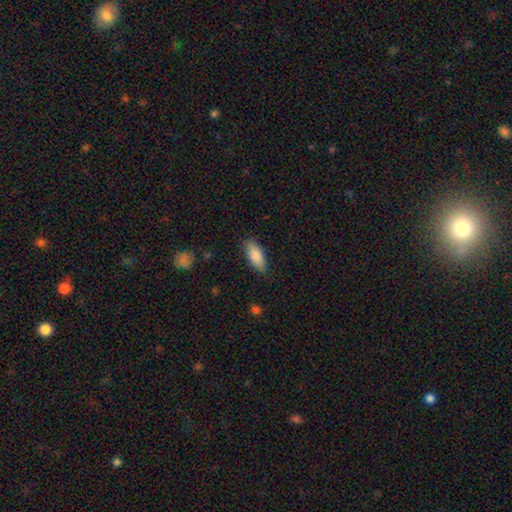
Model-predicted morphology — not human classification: Smooth or featured?
  - smooth: 84% *
  - featured or disk: 10%
  - star or artifact: 6%
How rounded?
  - in between: 76% *
  - cigar-shaped: 22%
  - round: 2%
Merging?
  - none: 85% *
  - minor disturbance: 12%
  - major disturbance: 2%
  - merger: 1%